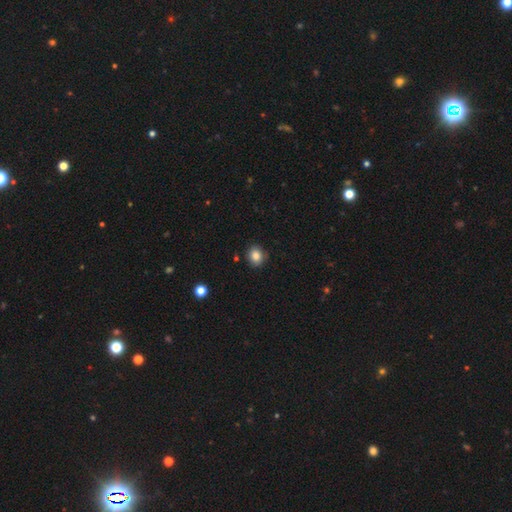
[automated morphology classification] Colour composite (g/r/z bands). It shows a smooth galaxy with no disk features (84%) that is round (75%). Merging: none (86%).